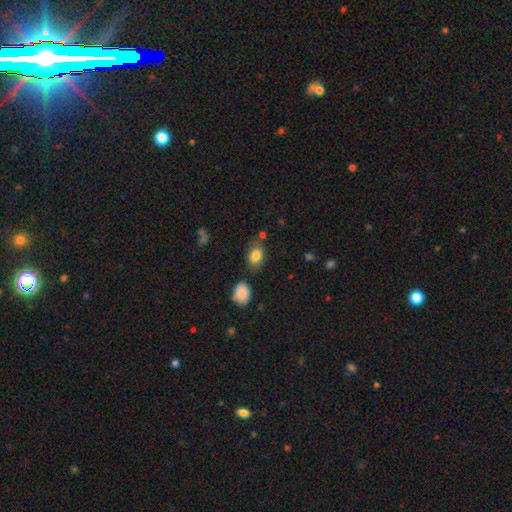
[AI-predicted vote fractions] This is clearly a smooth galaxy (84%). How rounded: clearly in between (83%). Merging: likely none (71%).